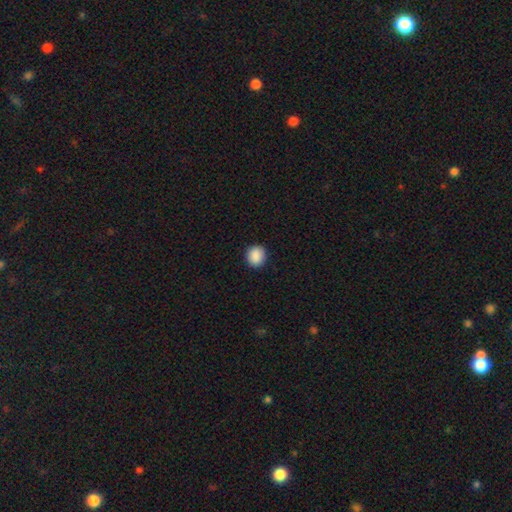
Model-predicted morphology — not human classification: Smooth or featured? smooth (89%)
How rounded? round (85%)
Merging? none (90%)